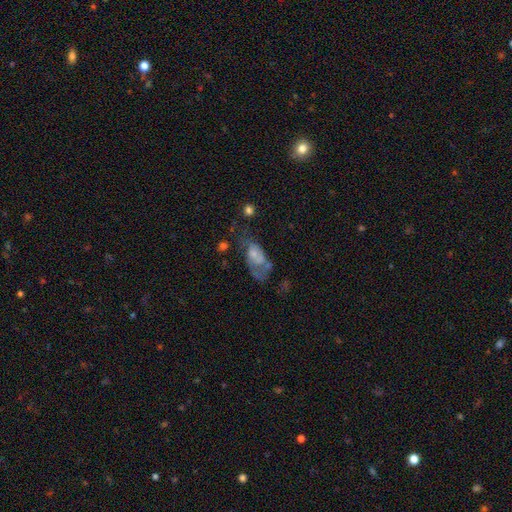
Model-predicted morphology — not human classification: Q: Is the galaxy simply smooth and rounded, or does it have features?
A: smooth — 45%, tied with featured or disk.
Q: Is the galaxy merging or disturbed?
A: major disturbance — 39%.